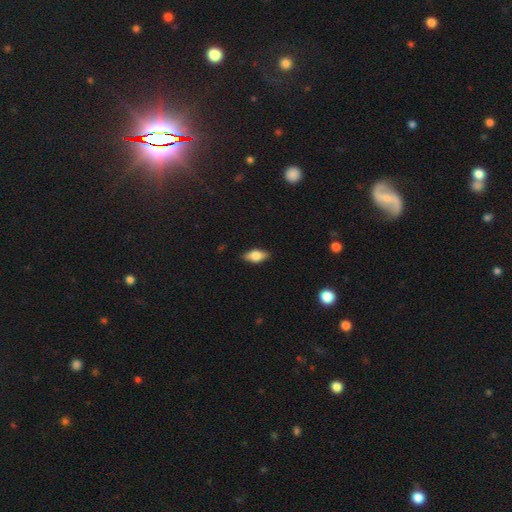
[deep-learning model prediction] smooth 72%, featured or disk 21%, star or artifact 7%. Down the decision tree: how rounded — in between (86%); merging — none (87%).